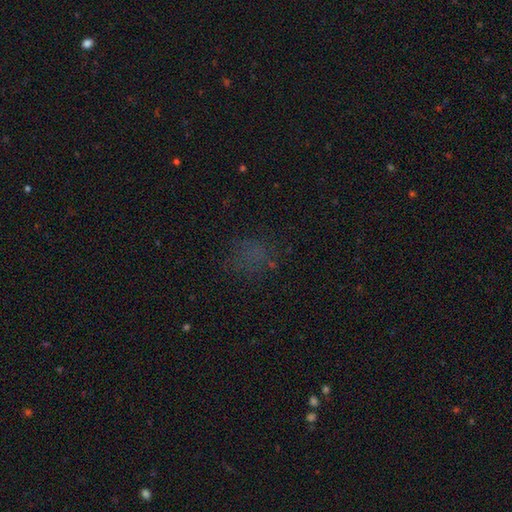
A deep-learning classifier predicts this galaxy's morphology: Overall: smooth (49%; star or artifact 37%). Merging: none (68%).